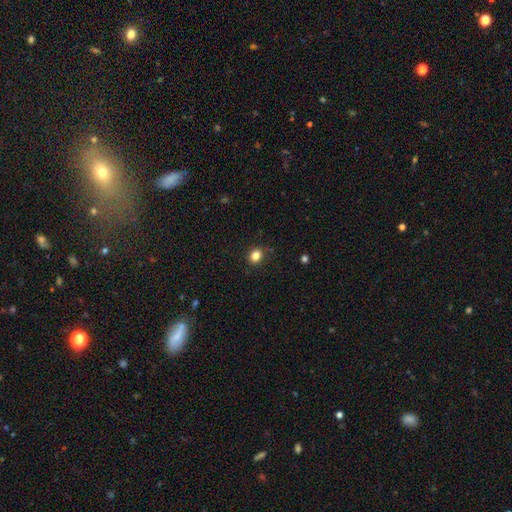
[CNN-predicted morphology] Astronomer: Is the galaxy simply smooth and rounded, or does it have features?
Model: smooth — 84%.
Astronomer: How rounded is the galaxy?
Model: round — 60% (runner-up: in between, 39%).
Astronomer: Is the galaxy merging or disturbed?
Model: none — 86%.